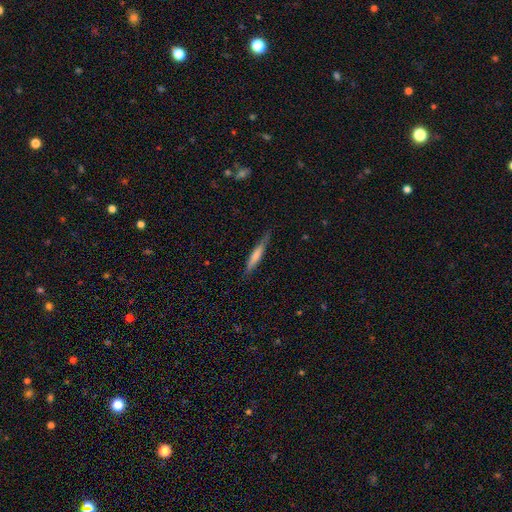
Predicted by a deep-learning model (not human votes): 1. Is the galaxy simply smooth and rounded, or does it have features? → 63% smooth, 32% featured or disk, 6% star or artifact.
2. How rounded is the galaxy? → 89% cigar-shaped, 10% in between, 1% round.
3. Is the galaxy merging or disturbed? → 76% none, 18% minor disturbance, 4% major disturbance, 1% merger.